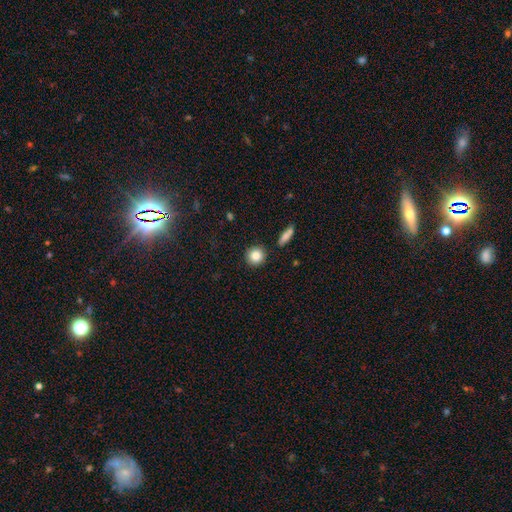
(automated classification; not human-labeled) This is clearly a smooth galaxy (86%). How rounded: clearly round (91%). Merging: clearly none (89%).